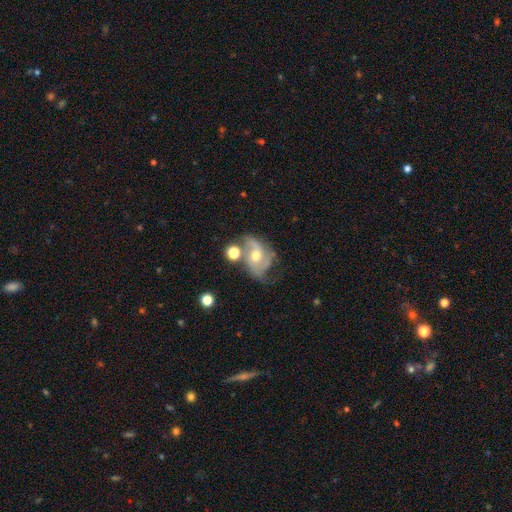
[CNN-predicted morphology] smooth-or-featured: featured or disk: 79% | smooth: 13% | star or artifact: 8%
  disk-edge-on: no: 97% | yes: 3%
    bar: no: 60% | weak: 31% | strong: 8%
    has-spiral-arms: yes: 93% | no: 7%
      spiral-winding: medium: 48% | loose: 32% | tight: 20%
      spiral-arm-count: 2: 65% | 3: 16% | can't tell: 10% | 1: 4% | 4: 3% | more than 4: 2%
    bulge-size: moderate: 66% | small: 28% | large: 3% | none: 1% | dominant: 1%
  merging: none: 46% | minor disturbance: 24% | major disturbance: 17% | merger: 14%